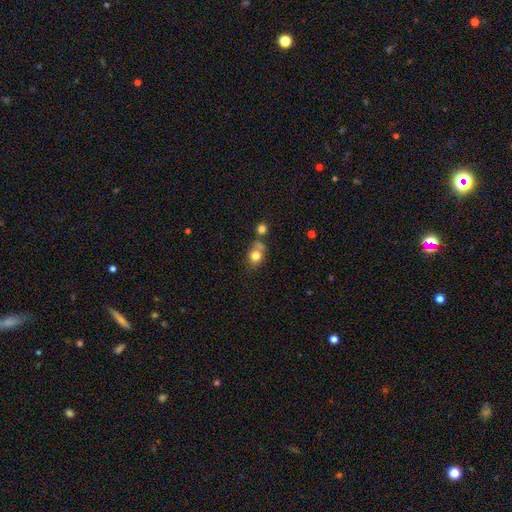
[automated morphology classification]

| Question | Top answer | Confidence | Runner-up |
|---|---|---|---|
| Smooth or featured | smooth | 78% | featured or disk (12%) |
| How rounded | round | 60% | in between (38%) |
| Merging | none | 48% | merger (25%) |